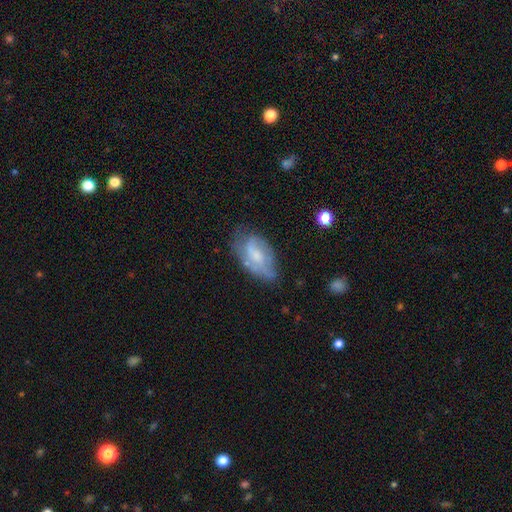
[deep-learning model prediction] Smooth or featured: featured or disk — 58% (smooth — 35%)
Edge-on disk: no — 94% (yes — 6%)
Bar: no — 52% (weak — 39%)
Spiral arms: yes — 73% (no — 27%)
Bulge size: small — 38% (moderate — 35%)
Merging: none — 53% (minor disturbance — 30%)